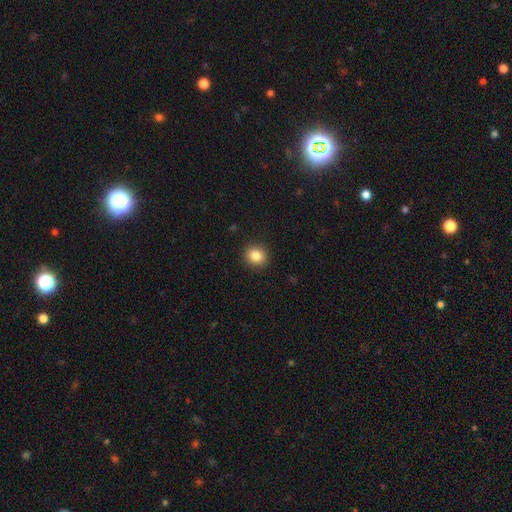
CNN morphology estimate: A smooth galaxy with no disk features (85%) that is round (84%). Merging: none (92%).